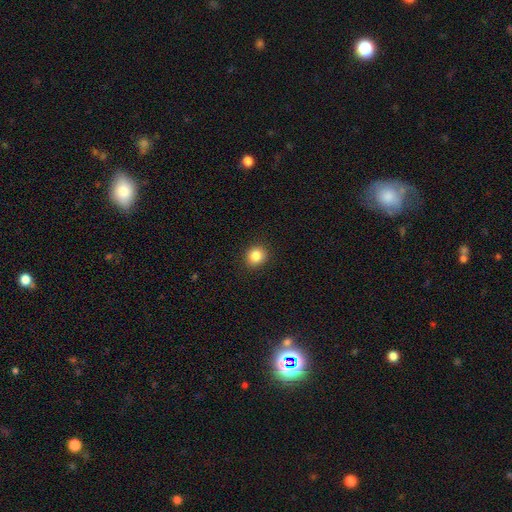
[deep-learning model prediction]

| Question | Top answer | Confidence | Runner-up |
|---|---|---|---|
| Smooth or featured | smooth | 85% | star or artifact (10%) |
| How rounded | round | 76% | in between (23%) |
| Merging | none | 91% | minor disturbance (6%) |